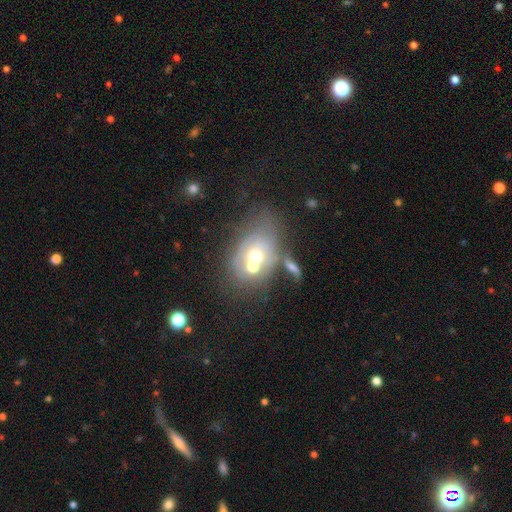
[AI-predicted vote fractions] A smooth galaxy with no disk features (45%). Merging: merger (44%).